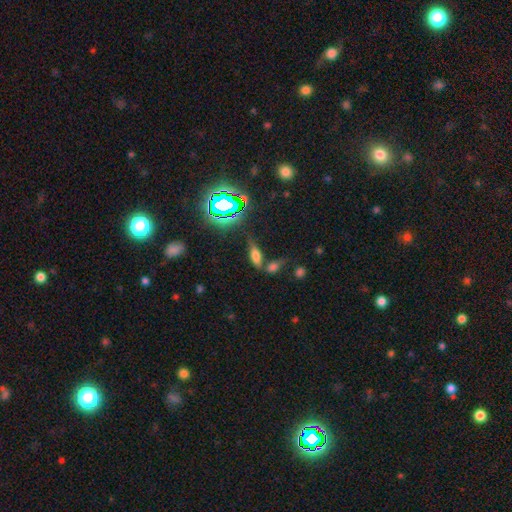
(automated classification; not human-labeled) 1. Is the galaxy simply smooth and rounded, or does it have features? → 59% smooth, 24% star or artifact, 17% featured or disk.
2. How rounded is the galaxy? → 64% in between, 30% cigar-shaped, 6% round.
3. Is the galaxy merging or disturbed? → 51% none, 26% merger, 15% minor disturbance, 8% major disturbance.